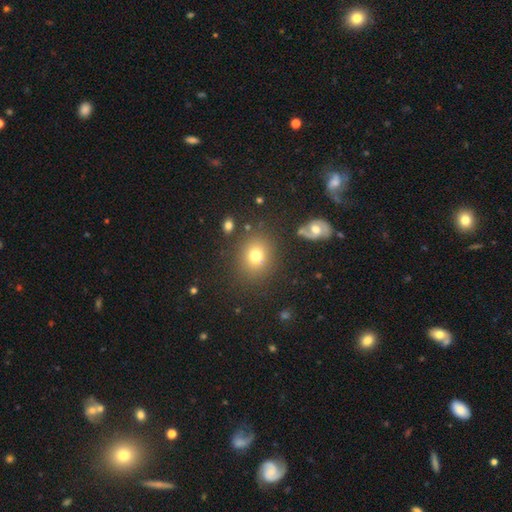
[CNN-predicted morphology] Smooth or featured? Predicted: smooth (p=0.74). How rounded? Predicted: round (p=0.70). Merging? Predicted: none (p=0.82).